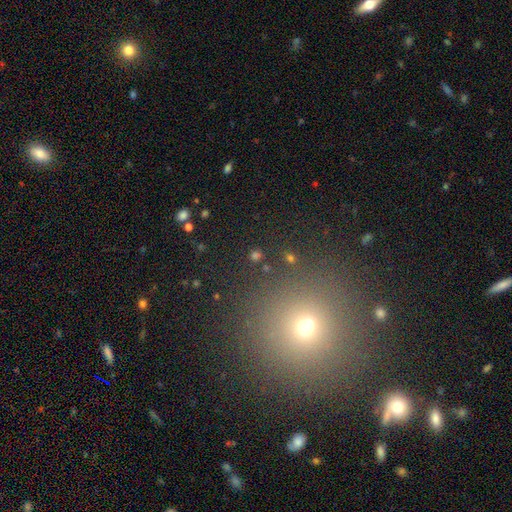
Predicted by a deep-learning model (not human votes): Smooth or featured? Predicted: smooth (p=0.56). How rounded? Predicted: round (p=0.82). Merging? Predicted: none (p=0.82).